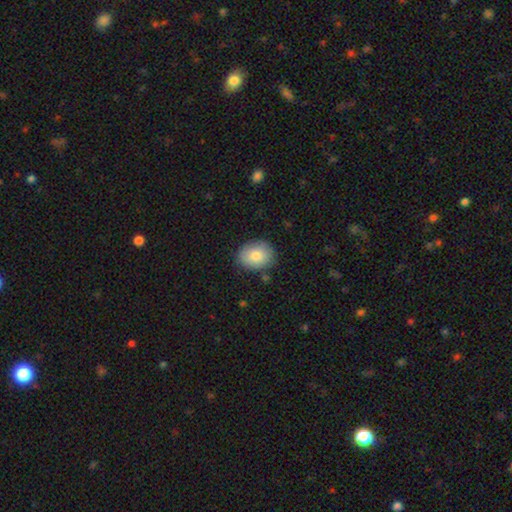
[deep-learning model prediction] Smooth or featured?
  - smooth: 82% *
  - featured or disk: 11%
  - star or artifact: 7%
How rounded?
  - in between: 53% *
  - round: 46%
  - cigar-shaped: 1%
Merging?
  - none: 83% *
  - minor disturbance: 13%
  - major disturbance: 3%
  - merger: 2%